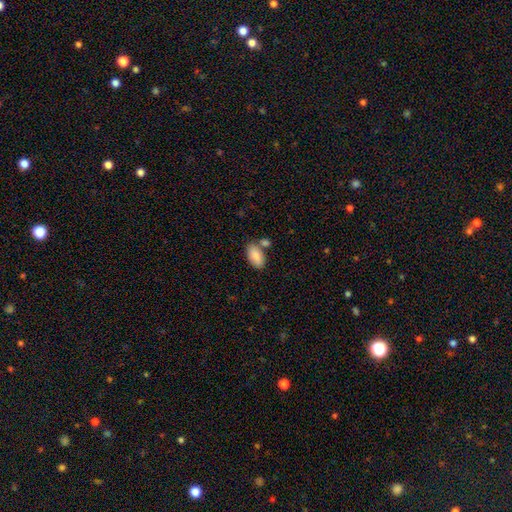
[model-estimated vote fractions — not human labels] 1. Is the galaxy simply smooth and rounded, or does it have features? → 86% smooth, 8% featured or disk, 6% star or artifact.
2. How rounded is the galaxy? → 94% in between, 4% round, 2% cigar-shaped.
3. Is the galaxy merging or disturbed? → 63% none, 19% merger, 14% minor disturbance, 4% major disturbance.